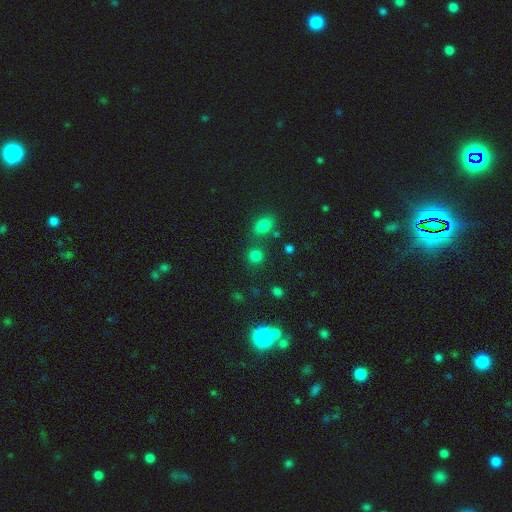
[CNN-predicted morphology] This appears to be a smooth galaxy with no disk features (76%) that is round (84%). Merging: none (72%).